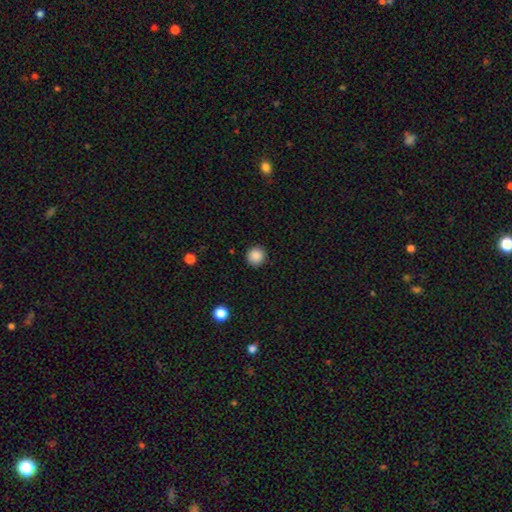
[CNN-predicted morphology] Smooth or featured: smooth — 88% (star or artifact — 9%)
How rounded: round — 93% (in between — 6%)
Merging: none — 91% (minor disturbance — 7%)